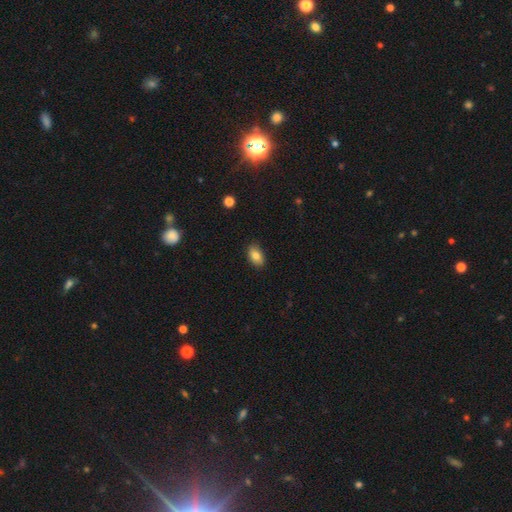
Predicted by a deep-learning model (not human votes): smooth_or_featured: smooth (p=0.83) [alt: featured or disk p=0.09]
how_rounded: in between (p=0.90) [alt: round p=0.09]
merging: none (p=0.86) [alt: minor disturbance p=0.11]